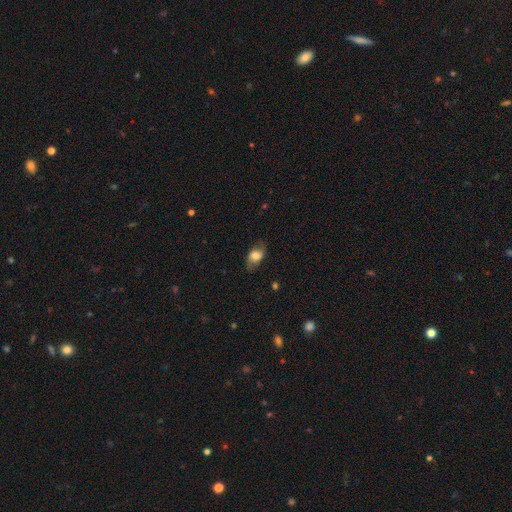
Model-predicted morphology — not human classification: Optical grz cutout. It shows a smooth galaxy with no disk features (61%) that is in between round and cigar-shaped (76%). Merging: none (69%).